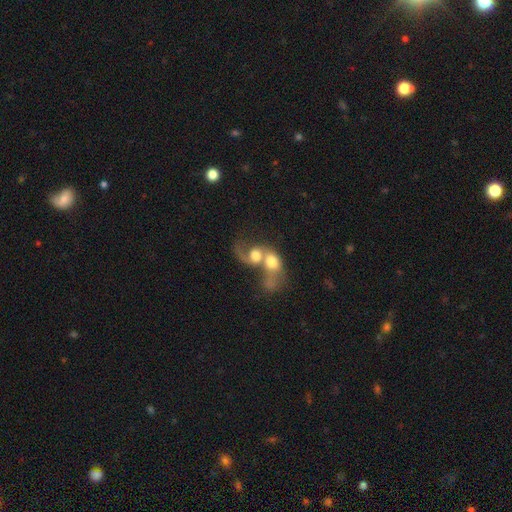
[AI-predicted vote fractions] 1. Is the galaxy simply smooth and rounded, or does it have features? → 46% smooth, 45% featured or disk, 9% star or artifact.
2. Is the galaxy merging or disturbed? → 82% merger, 8% major disturbance, 6% none, 3% minor disturbance.